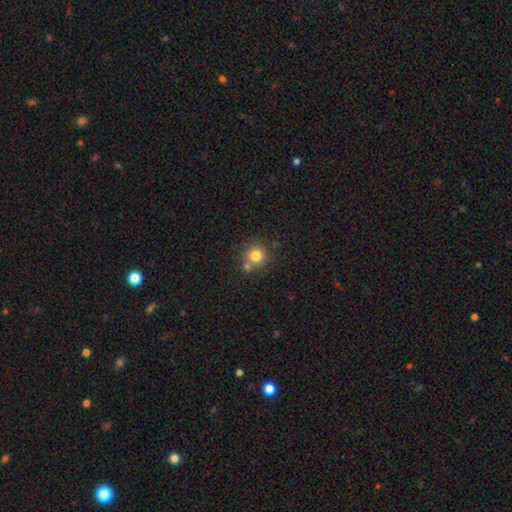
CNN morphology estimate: Smooth or featured? smooth (79%)
How rounded? round (90%)
Merging? none (62%)